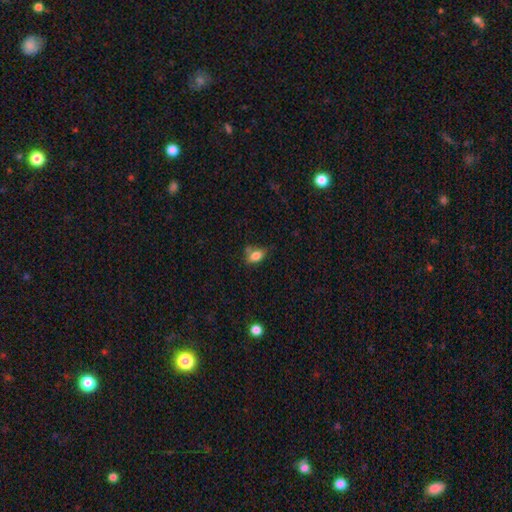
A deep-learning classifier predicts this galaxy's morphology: A smooth galaxy with no disk features (81%) that is in between round and cigar-shaped (83%). Merging: none (57%).